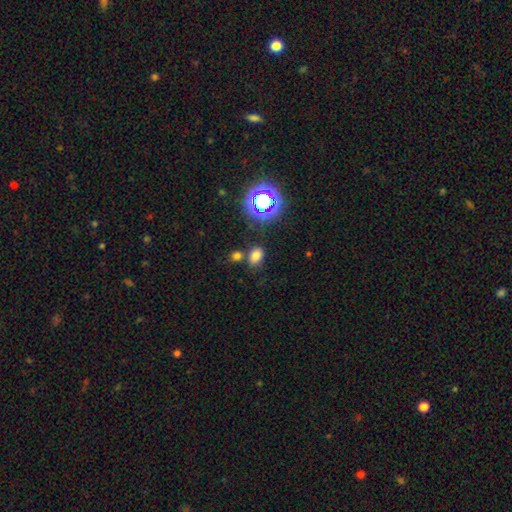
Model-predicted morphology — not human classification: Smooth or featured?
  - smooth: 73% *
  - star or artifact: 21%
  - featured or disk: 6%
How rounded?
  - in between: 76% *
  - round: 23%
  - cigar-shaped: 1%
Merging?
  - none: 72% *
  - merger: 12%
  - minor disturbance: 12%
  - major disturbance: 4%